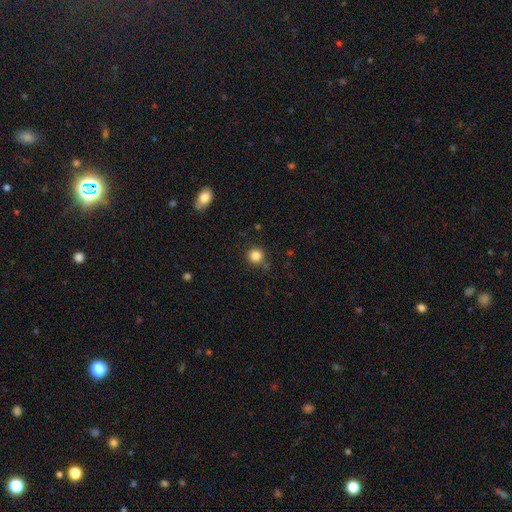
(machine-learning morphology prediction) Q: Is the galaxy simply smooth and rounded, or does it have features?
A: smooth — 84%.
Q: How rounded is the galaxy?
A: round — 93%.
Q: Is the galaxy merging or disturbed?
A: none — 81%.